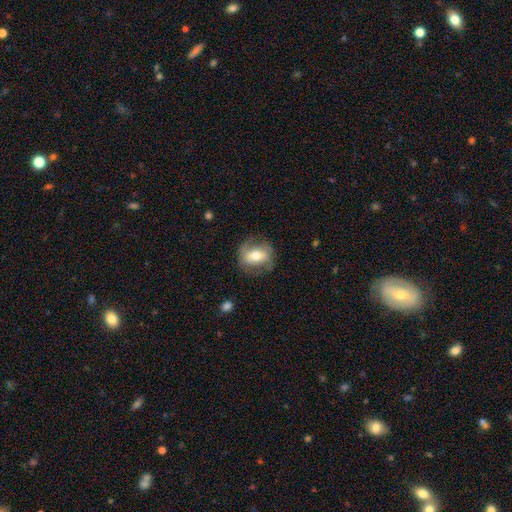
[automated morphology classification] This is possibly a smooth galaxy (49%). Merging: likely none (72%).